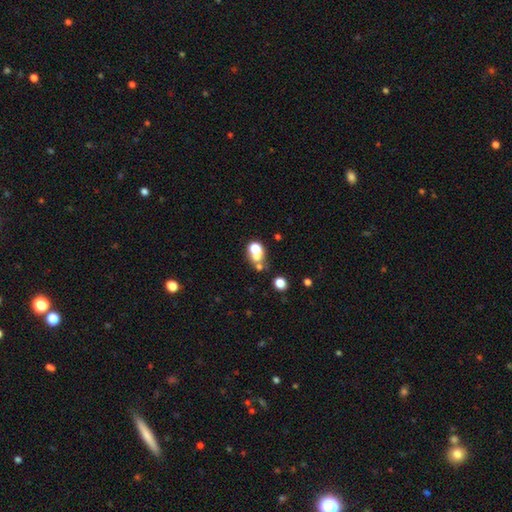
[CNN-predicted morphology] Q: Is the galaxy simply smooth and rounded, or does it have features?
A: smooth — 62%.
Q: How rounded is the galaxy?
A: round — 58%.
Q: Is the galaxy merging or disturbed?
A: merger — 51%.